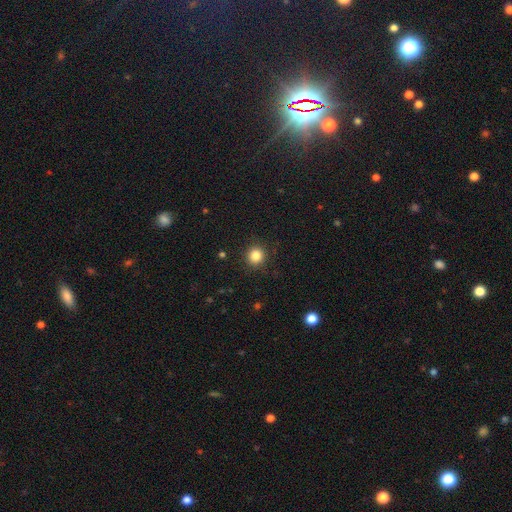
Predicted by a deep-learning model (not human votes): smooth-or-featured: smooth: 84% | star or artifact: 12% | featured or disk: 4%
  how-rounded: round: 92% | in between: 7% | cigar-shaped: 1%
  merging: none: 91% | minor disturbance: 6% | major disturbance: 2% | merger: 1%